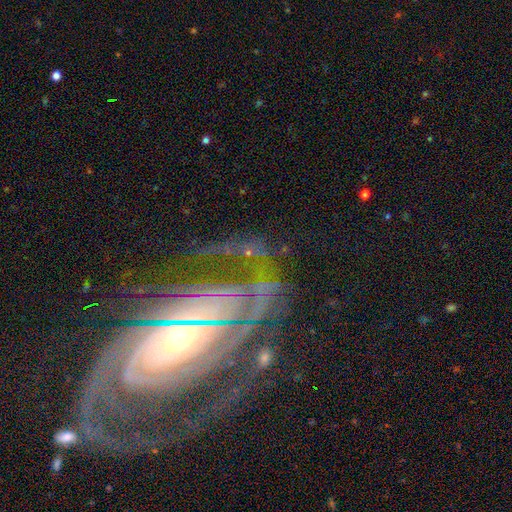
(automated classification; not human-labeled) Overall: featured or disk (89%). Edge-on disk: no (95%). Bar: no (47%; weak 27%). Spiral arms: yes (97%). Spiral arm count: 2 (29%; can't tell 22%). Spiral winding: tight (73%). Bulge size: moderate (50%; small 39%). Merging: none (68%).